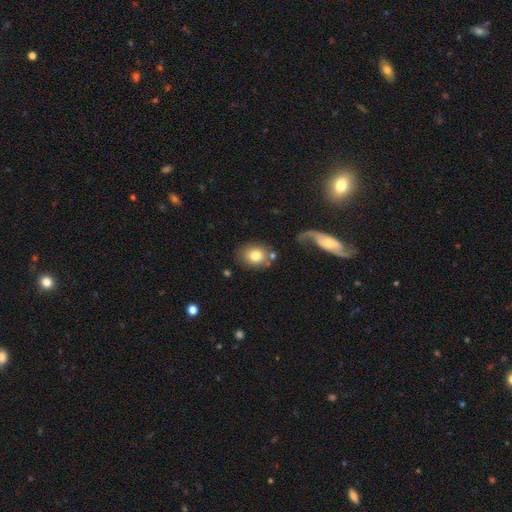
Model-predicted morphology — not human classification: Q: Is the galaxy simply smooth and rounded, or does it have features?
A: smooth — 77%.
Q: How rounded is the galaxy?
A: round — 55%.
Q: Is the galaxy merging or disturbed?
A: none — 65%.